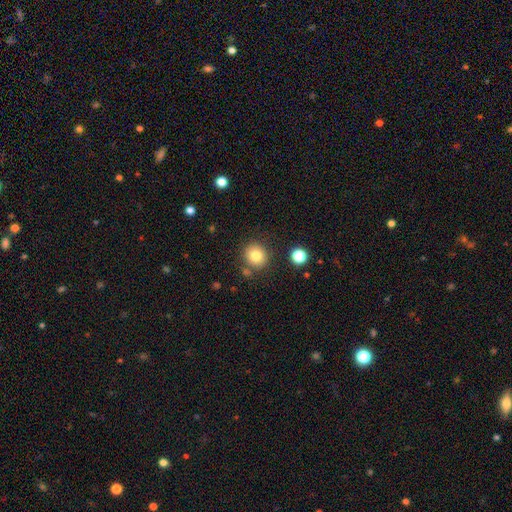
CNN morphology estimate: smooth 80%, star or artifact 11%, featured or disk 9%. Down the decision tree: how rounded — round (89%); merging — none (82%).